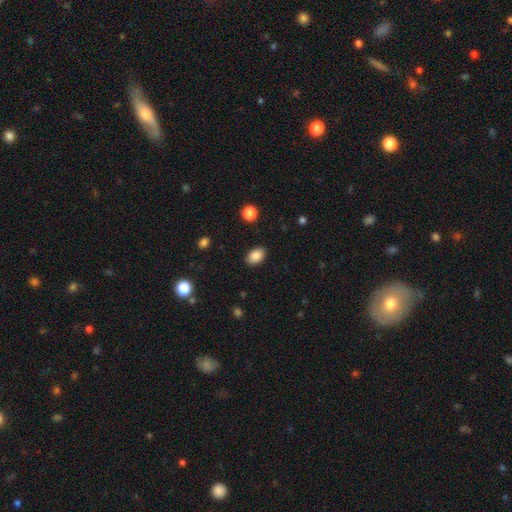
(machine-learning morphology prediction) The model was most divided on "how rounded": in between: 84%, round: 15%, cigar-shaped: 1%. More confident: merging — none (89%); smooth or featured — smooth (87%).